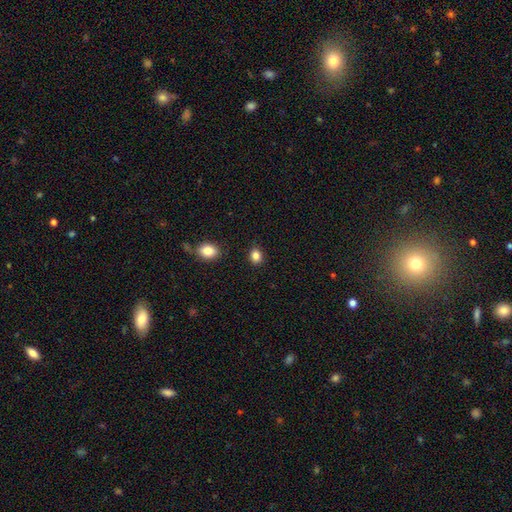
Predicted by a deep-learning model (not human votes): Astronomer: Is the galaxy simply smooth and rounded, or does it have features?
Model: smooth — 85%.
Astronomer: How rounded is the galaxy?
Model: round — 53% (runner-up: in between, 46%).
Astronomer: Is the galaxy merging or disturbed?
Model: none — 87%.